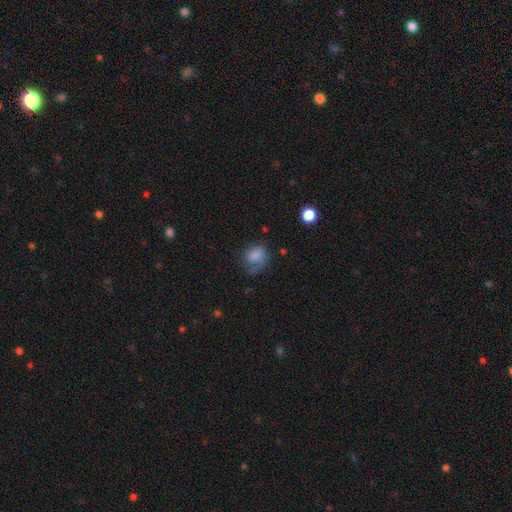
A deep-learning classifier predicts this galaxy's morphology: The model was most divided on "how rounded": in between: 51%, round: 48%, cigar-shaped: 1%. Remaining: smooth or featured — smooth (69%); merging — none (43%).